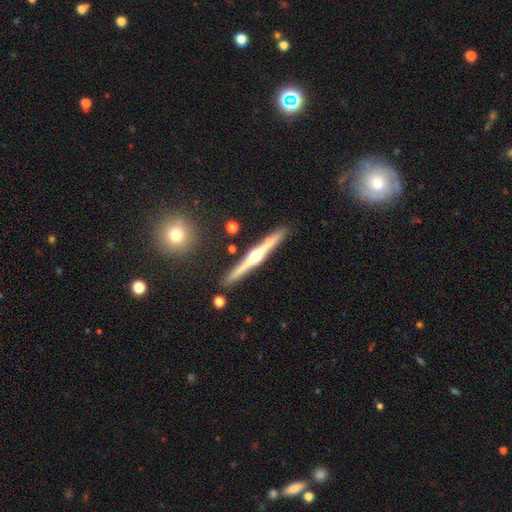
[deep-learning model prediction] Smooth or featured? Predicted: featured or disk (p=0.77). Edge-on disk? Predicted: yes (p=0.98). Edge-on bulge? Predicted: rounded (p=0.92). Merging? Predicted: none (p=0.85).